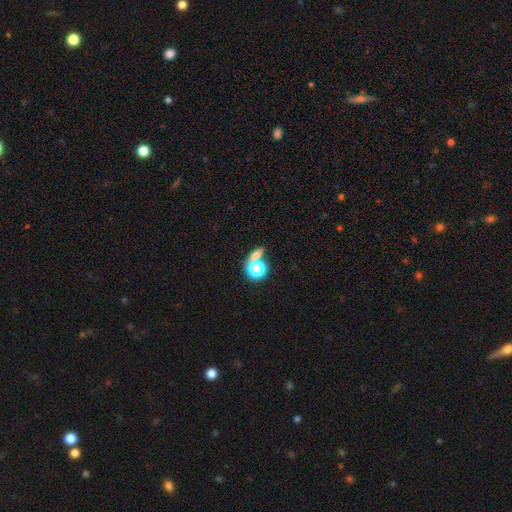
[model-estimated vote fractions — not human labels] Q: Smooth or featured?
A: smooth (54%); runner-up: star or artifact (31%)
Q: How rounded?
A: round (47%); runner-up: in between (37%)
Q: Merging?
A: none (58%); runner-up: merger (27%)